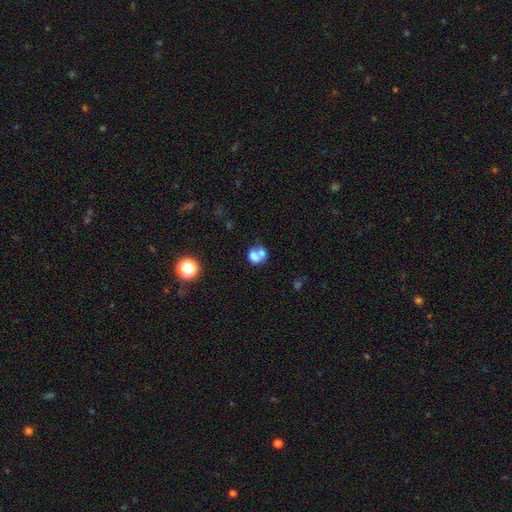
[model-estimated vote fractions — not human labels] Smooth or featured?
  - smooth: 64% *
  - featured or disk: 25%
  - star or artifact: 11%
How rounded?
  - round: 52% *
  - in between: 47%
  - cigar-shaped: 1%
Merging?
  - merger: 64% *
  - none: 21%
  - minor disturbance: 8%
  - major disturbance: 7%